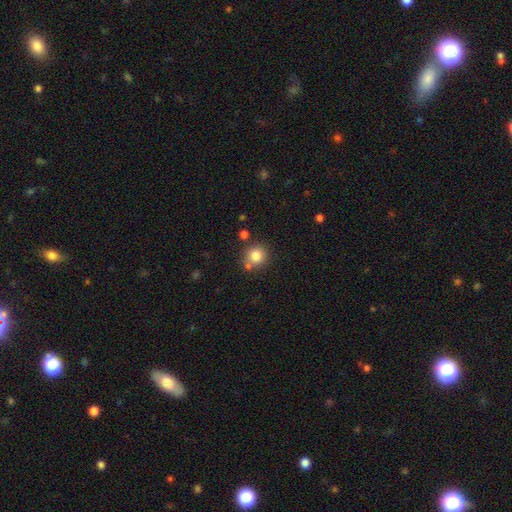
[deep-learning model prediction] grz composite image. It shows a smooth galaxy with no disk features (82%) that is round (91%). Merging: none (74%).